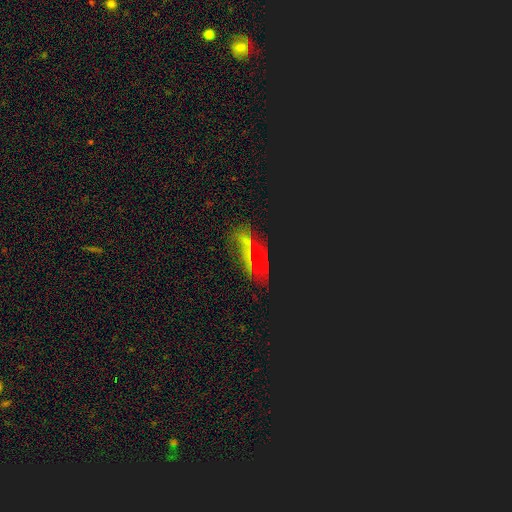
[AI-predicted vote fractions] This is possibly a star or artifact rather than a galaxy (53%).